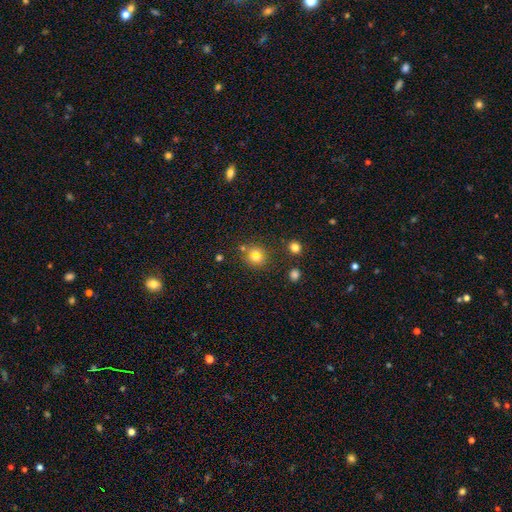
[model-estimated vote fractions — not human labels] smooth_or_featured: smooth (p=0.66) [alt: star or artifact p=0.20]
how_rounded: round (p=0.83) [alt: in between p=0.16]
merging: none (p=0.61) [alt: merger p=0.25]